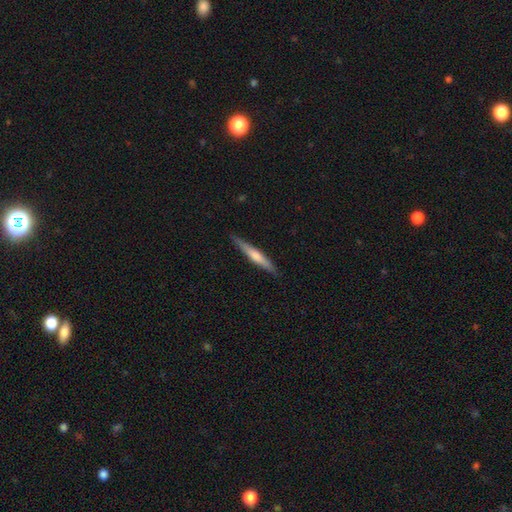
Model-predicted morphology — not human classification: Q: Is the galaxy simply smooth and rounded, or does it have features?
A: featured or disk — 53%.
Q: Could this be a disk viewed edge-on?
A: yes — 96%.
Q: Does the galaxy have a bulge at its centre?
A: rounded — 69%.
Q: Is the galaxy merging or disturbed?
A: none — 89%.